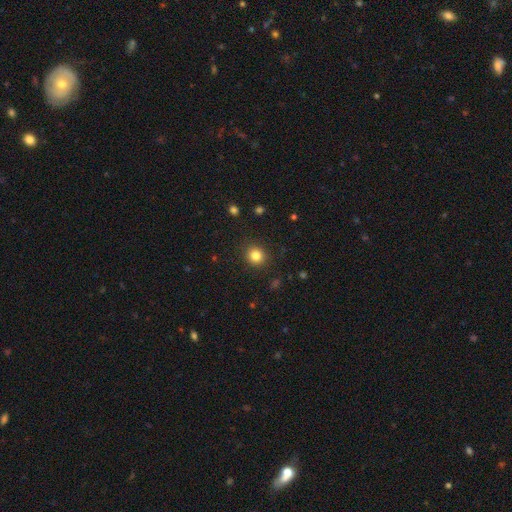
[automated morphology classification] A smooth galaxy with no disk features (82%) that is round (90%).

Vote fractions:
- Smooth or featured? smooth: 82% / star or artifact: 12% / featured or disk: 6%
- How rounded? round: 90% / in between: 9% / cigar-shaped: 1%
- Merging? none: 90% / minor disturbance: 7% / major disturbance: 2% / merger: 1%